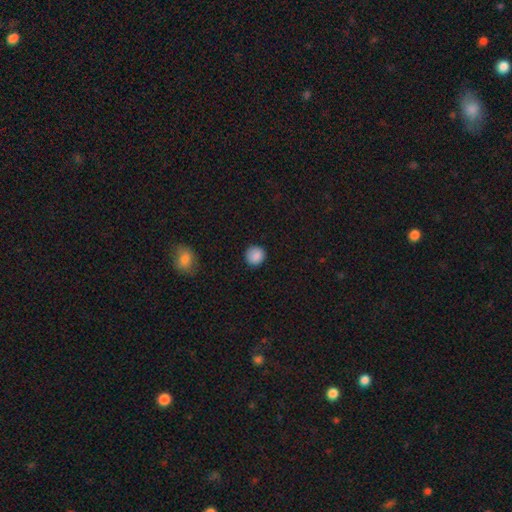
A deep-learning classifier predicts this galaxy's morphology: A smooth galaxy with no disk features (88%) that is round (90%).

Vote fractions:
- Smooth or featured? smooth: 88% / star or artifact: 9% / featured or disk: 3%
- How rounded? round: 90% / in between: 9% / cigar-shaped: 1%
- Merging? none: 88% / minor disturbance: 8% / major disturbance: 2% / merger: 1%